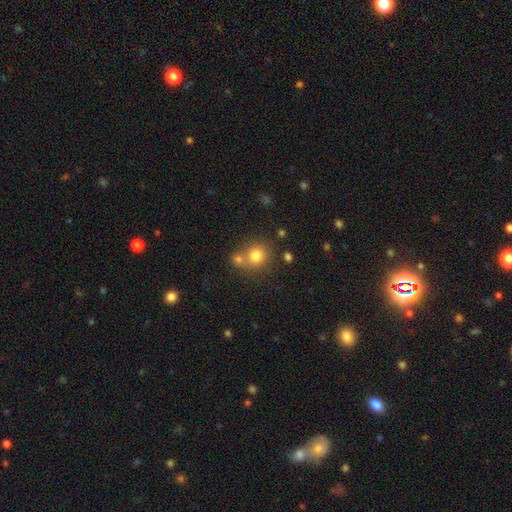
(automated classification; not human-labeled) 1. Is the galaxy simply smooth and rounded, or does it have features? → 79% smooth, 12% star or artifact, 10% featured or disk.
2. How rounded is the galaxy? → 83% round, 16% in between, 1% cigar-shaped.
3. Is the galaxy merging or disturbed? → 54% none, 34% merger, 8% minor disturbance, 3% major disturbance.